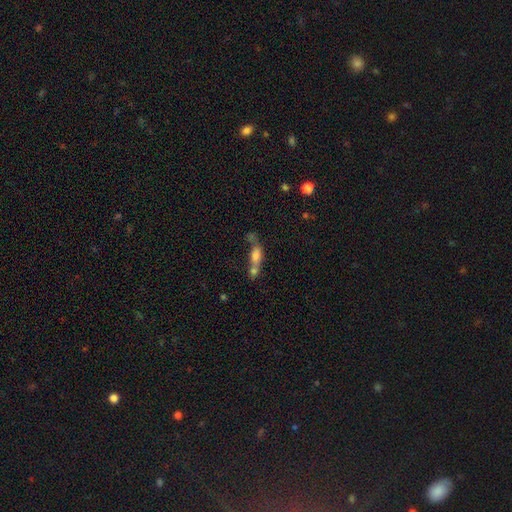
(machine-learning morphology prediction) This appears to be a smooth galaxy with no disk features (65%) that is in between round and cigar-shaped (63%). Merging: merger (63%).